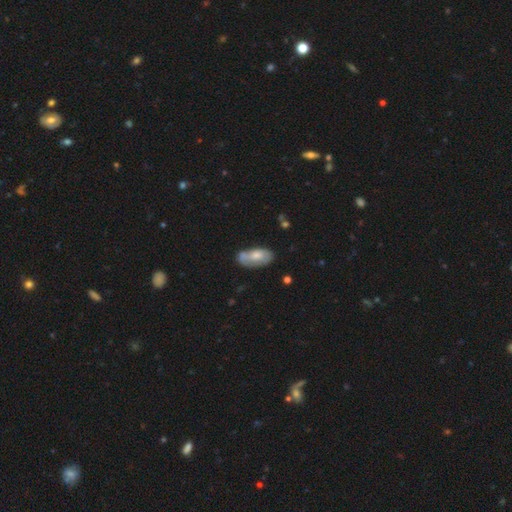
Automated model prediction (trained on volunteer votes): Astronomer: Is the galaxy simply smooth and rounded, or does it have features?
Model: smooth — 57% (runner-up: featured or disk, 36%).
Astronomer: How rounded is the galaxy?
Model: in between — 91%.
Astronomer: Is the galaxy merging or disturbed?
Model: none — 51% (runner-up: minor disturbance, 28%).